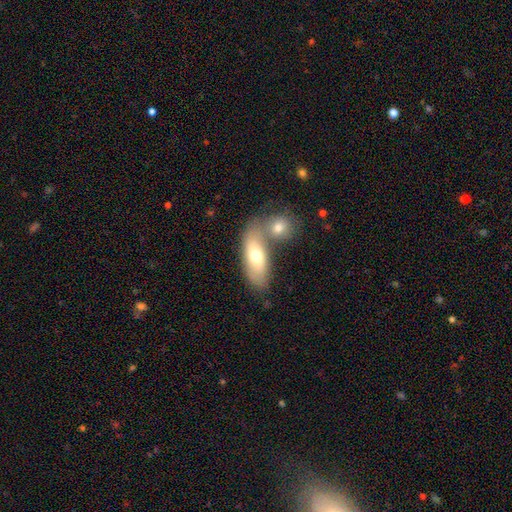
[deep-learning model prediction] Q: Smooth or featured?
A: smooth (65%); runner-up: featured or disk (29%)
Q: How rounded?
A: in between (76%); runner-up: cigar-shaped (20%)
Q: Merging?
A: merger (49%); runner-up: none (37%)